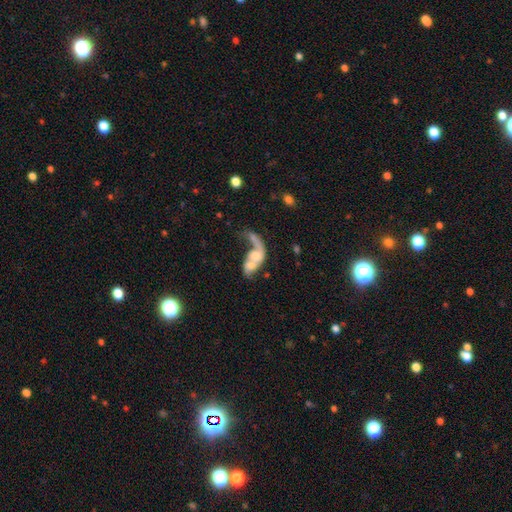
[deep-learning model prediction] This appears to be a featured or disk galaxy (56%) with no bar (70%), spiral arms (63%) and a moderate central bulge (31%). Merging: merger (58%).